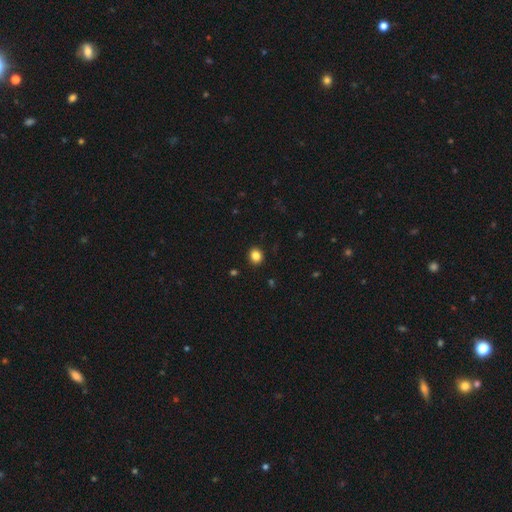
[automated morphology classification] smooth-or-featured: smooth: 85% | star or artifact: 11% | featured or disk: 4%
  how-rounded: round: 73% | in between: 26% | cigar-shaped: 1%
  merging: none: 91% | minor disturbance: 6% | major disturbance: 2% | merger: 1%